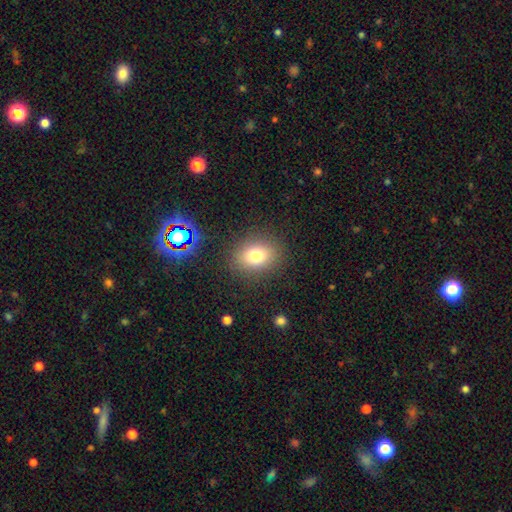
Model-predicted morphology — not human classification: smooth_or_featured: smooth (p=0.76) [alt: star or artifact p=0.14]
how_rounded: in between (p=0.52) [alt: round p=0.47]
merging: none (p=0.86) [alt: minor disturbance p=0.09]